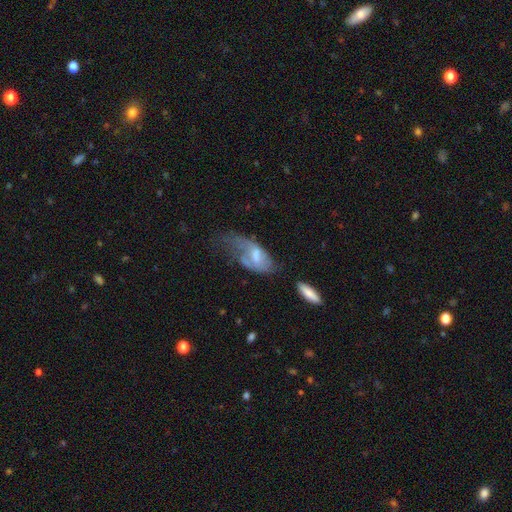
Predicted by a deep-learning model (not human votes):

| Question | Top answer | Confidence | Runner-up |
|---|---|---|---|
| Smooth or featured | featured or disk | 52% | smooth (40%) |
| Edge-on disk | no | 91% | yes (9%) |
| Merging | major disturbance | 49% | minor disturbance (22%) |